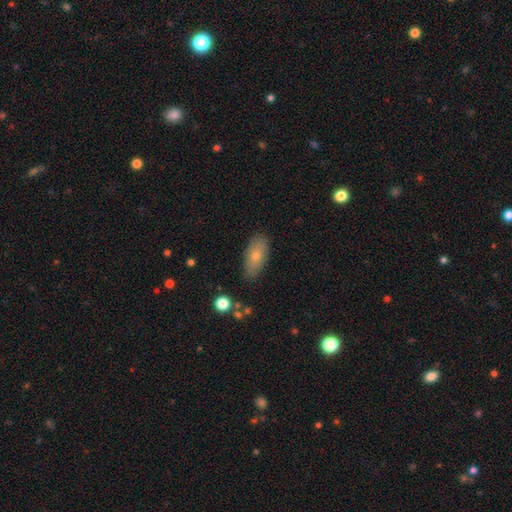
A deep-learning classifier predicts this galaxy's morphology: Smooth or featured?
  - smooth: 72% *
  - featured or disk: 20%
  - star or artifact: 7%
How rounded?
  - in between: 86% *
  - cigar-shaped: 10%
  - round: 4%
Merging?
  - none: 82% *
  - minor disturbance: 14%
  - major disturbance: 3%
  - merger: 2%